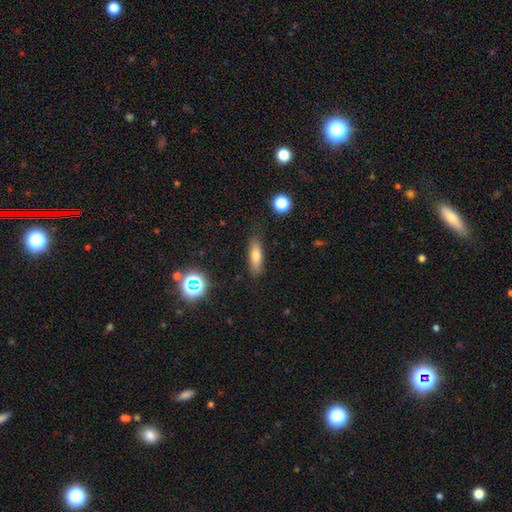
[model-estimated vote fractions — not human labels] The model was most divided on "how rounded": in between: 50%, cigar-shaped: 46%, round: 4%. More confident: merging — none (81%); smooth or featured — smooth (72%).